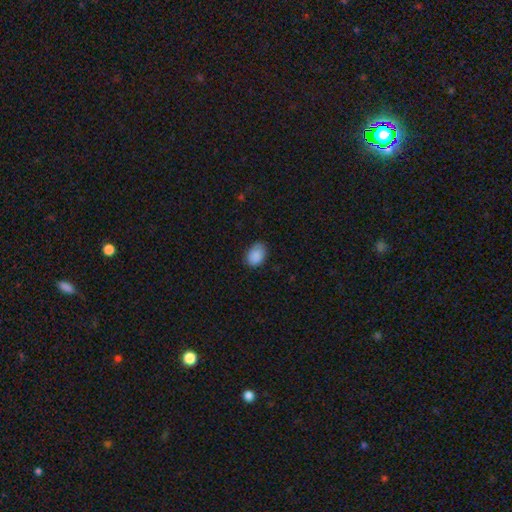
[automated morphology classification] type=smooth (89%); roundness=in between (75%); merging=none (74%).